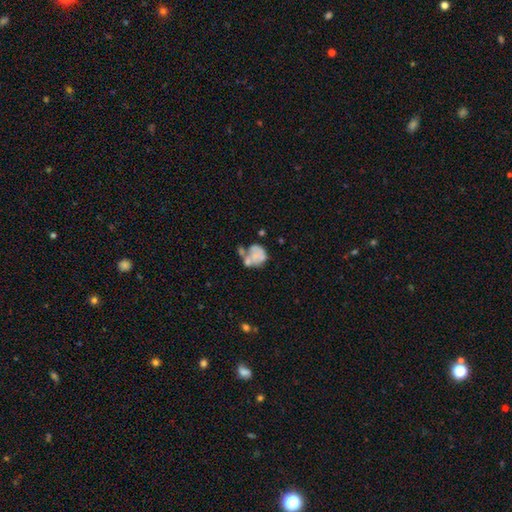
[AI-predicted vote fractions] smooth 46%, featured or disk 45%, star or artifact 9%. Down the decision tree: merging — merger (31%).